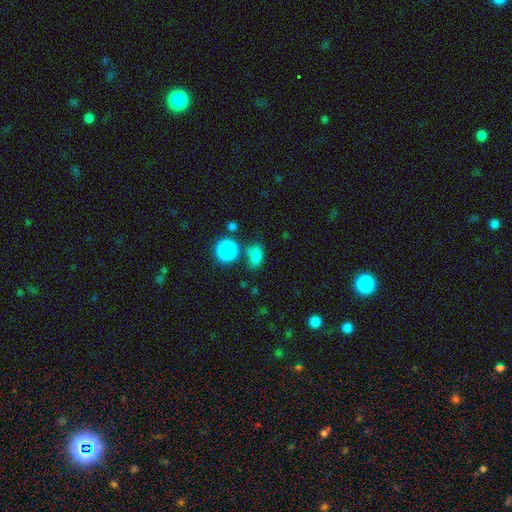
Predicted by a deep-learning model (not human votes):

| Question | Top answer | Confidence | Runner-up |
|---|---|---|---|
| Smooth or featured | smooth | 76% | star or artifact (17%) |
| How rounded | in between | 73% | round (24%) |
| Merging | none | 63% | minor disturbance (17%) |